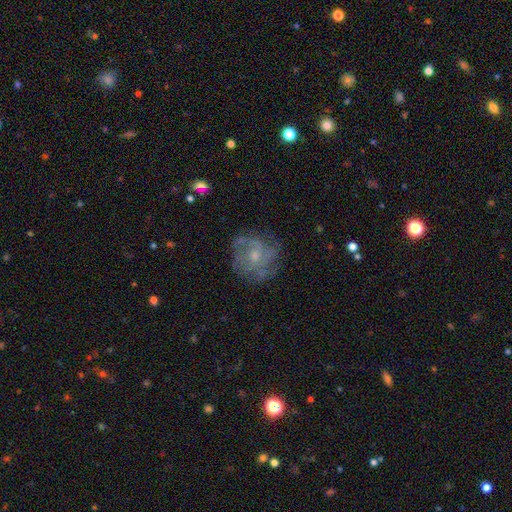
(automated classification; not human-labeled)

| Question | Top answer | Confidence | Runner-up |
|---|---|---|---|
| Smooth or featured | featured or disk | 67% | smooth (23%) |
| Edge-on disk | no | 98% | yes (2%) |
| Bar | no | 76% | weak (21%) |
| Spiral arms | yes | 72% | no (28%) |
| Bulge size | small | 58% | moderate (35%) |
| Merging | none | 65% | minor disturbance (20%) |